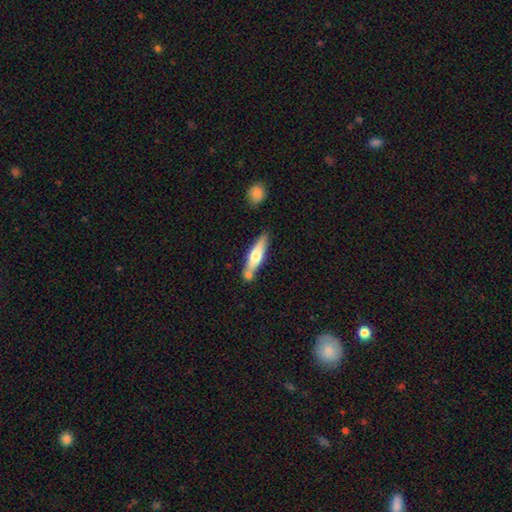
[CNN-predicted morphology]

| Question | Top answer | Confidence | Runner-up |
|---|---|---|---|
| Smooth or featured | smooth | 54% | featured or disk (41%) |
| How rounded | cigar-shaped | 75% | in between (23%) |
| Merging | none | 68% | merger (15%) |